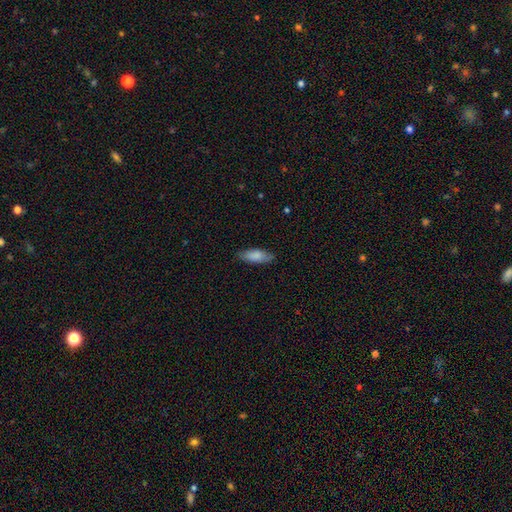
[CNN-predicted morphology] This is clearly a smooth galaxy (83%). How rounded: likely in between (69%). Merging: clearly none (83%).